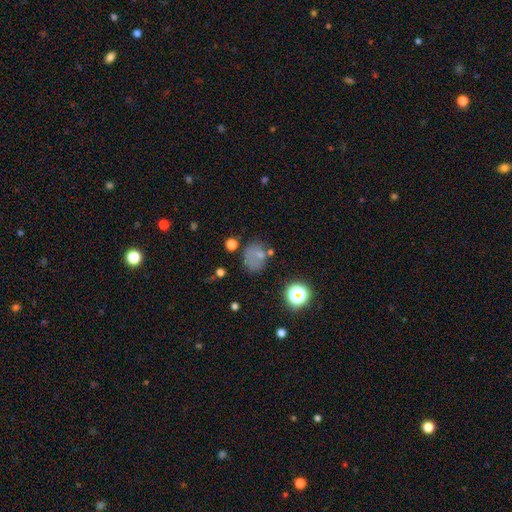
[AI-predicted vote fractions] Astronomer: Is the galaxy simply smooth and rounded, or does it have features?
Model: smooth — 64%.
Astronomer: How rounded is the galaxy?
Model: round — 58% (runner-up: in between, 41%).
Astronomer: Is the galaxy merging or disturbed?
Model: none — 54%.